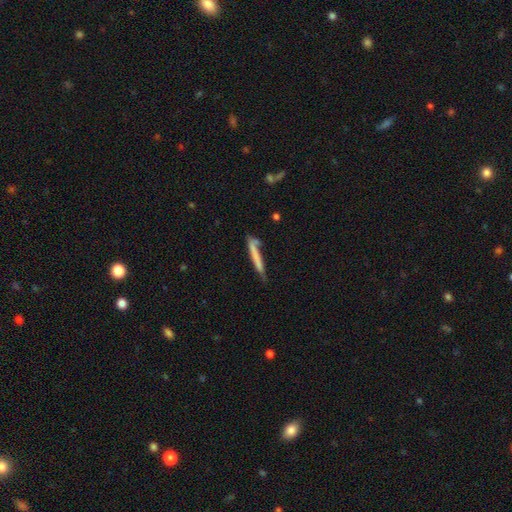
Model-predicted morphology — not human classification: Smooth or featured? Predicted: smooth (p=0.67). How rounded? Predicted: cigar-shaped (p=0.95). Merging? Predicted: none (p=0.60).